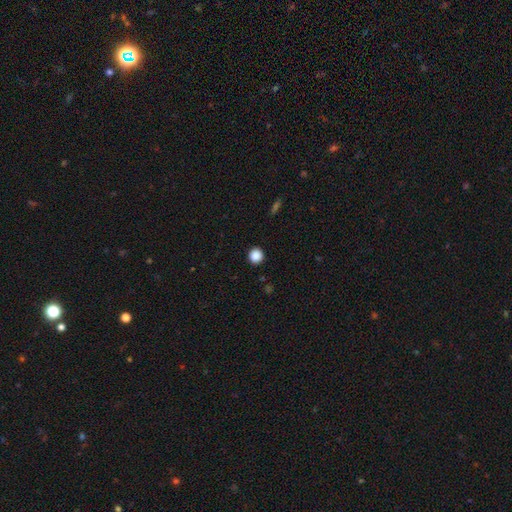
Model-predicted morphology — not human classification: A smooth galaxy with no disk features (88%) that is round (94%).

Vote fractions:
- Smooth or featured? smooth: 88% / star or artifact: 10% / featured or disk: 2%
- How rounded? round: 94% / in between: 5% / cigar-shaped: 1%
- Merging? none: 92% / minor disturbance: 5% / major disturbance: 2% / merger: 1%